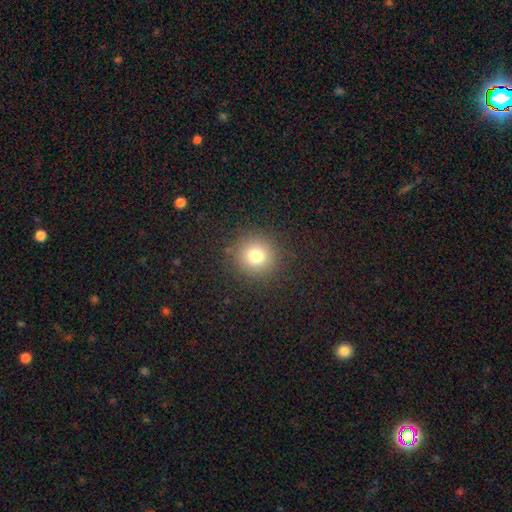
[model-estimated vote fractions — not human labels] Overall: smooth (76%). How rounded: round (93%). Merging: none (88%).